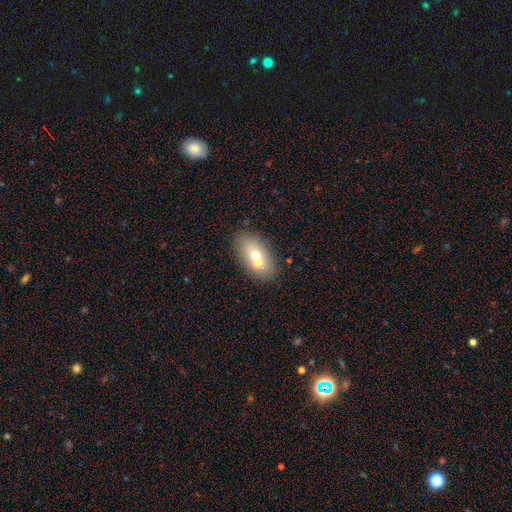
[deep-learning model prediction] Q: Smooth or featured?
A: smooth (63%); runner-up: featured or disk (27%)
Q: How rounded?
A: in between (83%); runner-up: round (15%)
Q: Merging?
A: none (50%); runner-up: merger (38%)